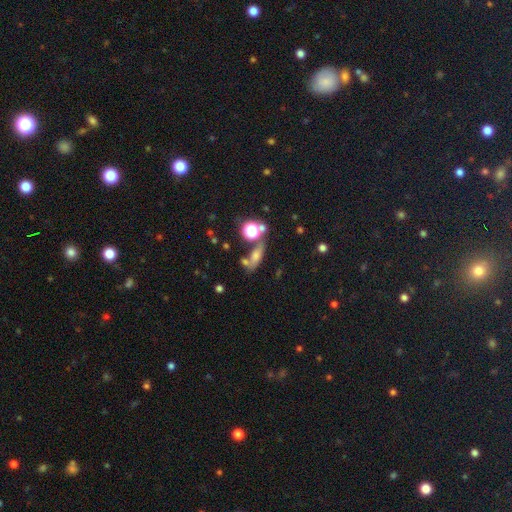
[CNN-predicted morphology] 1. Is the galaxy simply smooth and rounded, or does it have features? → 57% smooth, 25% featured or disk, 19% star or artifact.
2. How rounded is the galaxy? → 47% in between, 34% cigar-shaped, 20% round.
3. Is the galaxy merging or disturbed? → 56% none, 20% merger, 15% minor disturbance, 8% major disturbance.